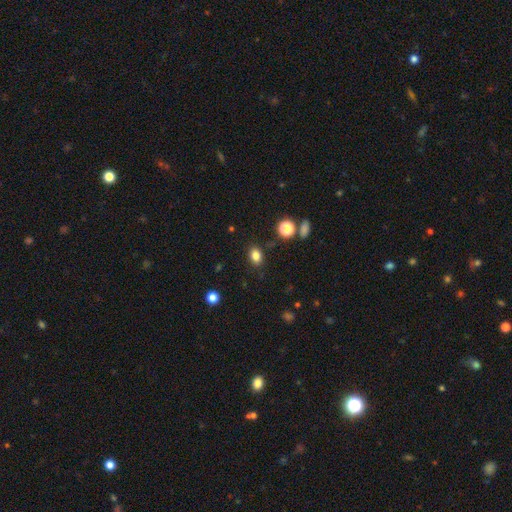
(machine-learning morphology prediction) Smooth or featured?
  - smooth: 82% *
  - star or artifact: 12%
  - featured or disk: 6%
How rounded?
  - in between: 67% *
  - round: 32%
  - cigar-shaped: 1%
Merging?
  - none: 84% *
  - minor disturbance: 10%
  - major disturbance: 3%
  - merger: 2%